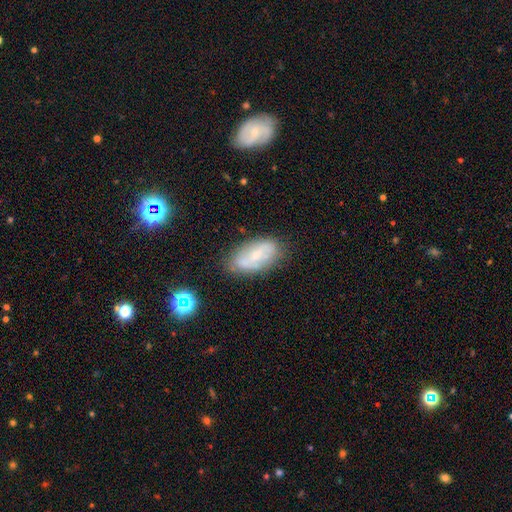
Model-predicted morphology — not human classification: smooth 46%, featured or disk 44%, star or artifact 10%. Down the decision tree: merging — none (69%).